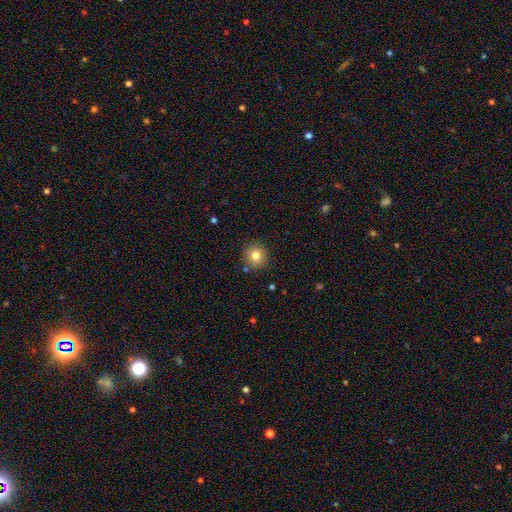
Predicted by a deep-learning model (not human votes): A smooth galaxy with no disk features (80%) that is round (90%).

Vote fractions:
- Smooth or featured? smooth: 80% / star or artifact: 12% / featured or disk: 8%
- How rounded? round: 90% / in between: 9% / cigar-shaped: 1%
- Merging? none: 86% / minor disturbance: 9% / merger: 3% / major disturbance: 2%